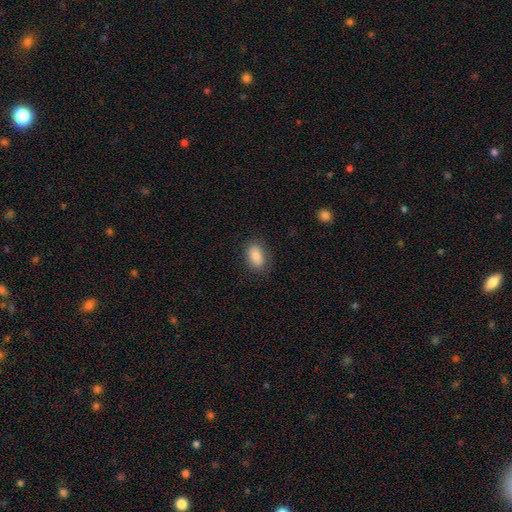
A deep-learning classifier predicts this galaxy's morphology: smooth 85%, star or artifact 8%, featured or disk 7%. Down the decision tree: how rounded — in between (87%); merging — none (82%).